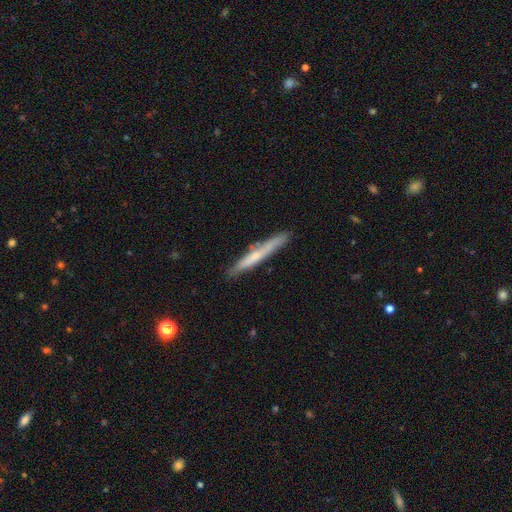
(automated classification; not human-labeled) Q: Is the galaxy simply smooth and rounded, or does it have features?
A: smooth — 53%.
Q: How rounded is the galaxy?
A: cigar-shaped — 96%.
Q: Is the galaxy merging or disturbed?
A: none — 83%.